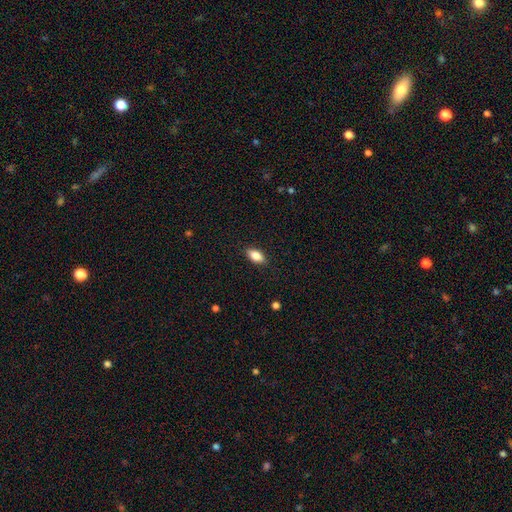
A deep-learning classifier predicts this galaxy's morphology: smooth-or-featured: smooth: 85% | featured or disk: 8% | star or artifact: 7%
  how-rounded: in between: 90% | cigar-shaped: 6% | round: 4%
  merging: none: 88% | minor disturbance: 9% | major disturbance: 2% | merger: 1%